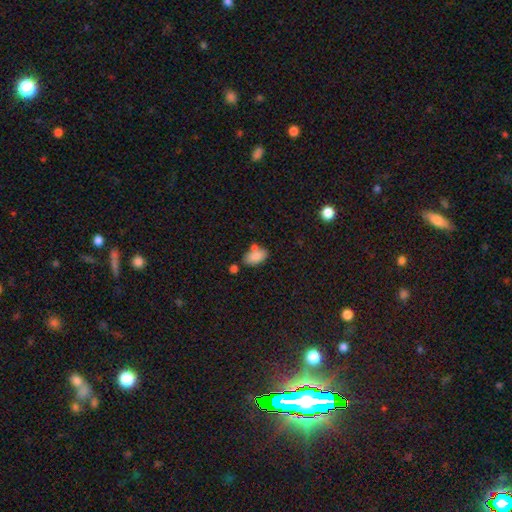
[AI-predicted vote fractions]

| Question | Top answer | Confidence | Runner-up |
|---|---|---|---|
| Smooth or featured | smooth | 83% | featured or disk (9%) |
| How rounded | in between | 92% | round (6%) |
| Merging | none | 60% | merger (19%) |